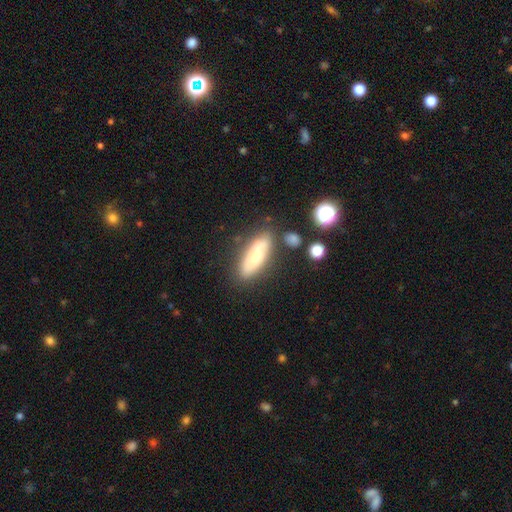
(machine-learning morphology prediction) smooth-or-featured: smooth: 65% | featured or disk: 28% | star or artifact: 7%
  how-rounded: in between: 52% | cigar-shaped: 45% | round: 2%
  merging: none: 74% | minor disturbance: 15% | merger: 7% | major disturbance: 4%